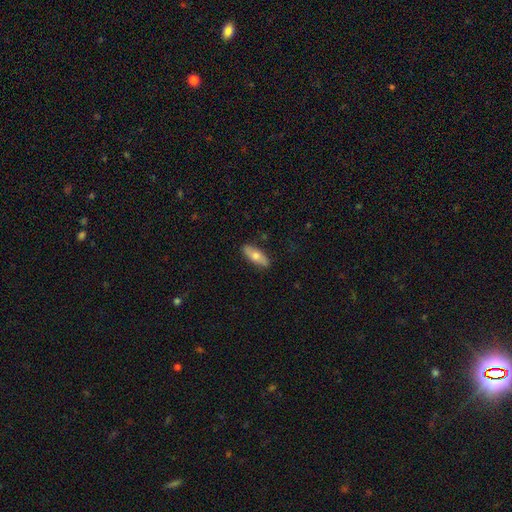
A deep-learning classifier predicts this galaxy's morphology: smooth-or-featured: smooth: 65% | featured or disk: 29% | star or artifact: 6%
  how-rounded: in between: 65% | cigar-shaped: 32% | round: 3%
  merging: none: 86% | minor disturbance: 10% | major disturbance: 2% | merger: 1%